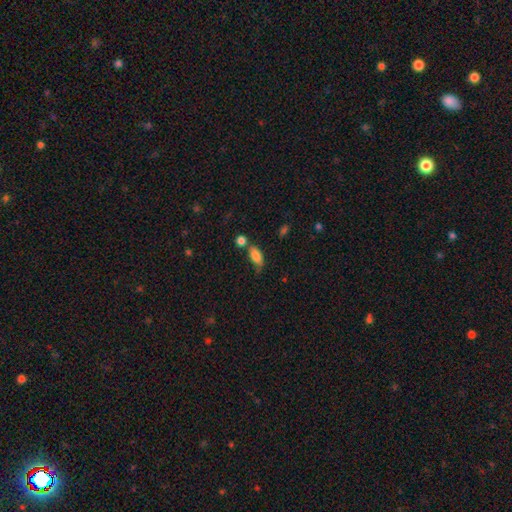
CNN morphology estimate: This appears to be a smooth galaxy with no disk features (83%) that is in between round and cigar-shaped (85%). Merging: none (53%).